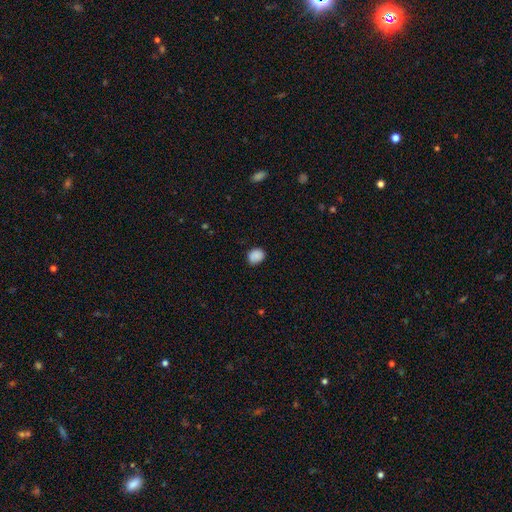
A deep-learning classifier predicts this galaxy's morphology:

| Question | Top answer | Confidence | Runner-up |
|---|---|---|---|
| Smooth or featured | smooth | 87% | star or artifact (9%) |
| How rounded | round | 58% | in between (41%) |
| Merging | none | 79% | minor disturbance (17%) |